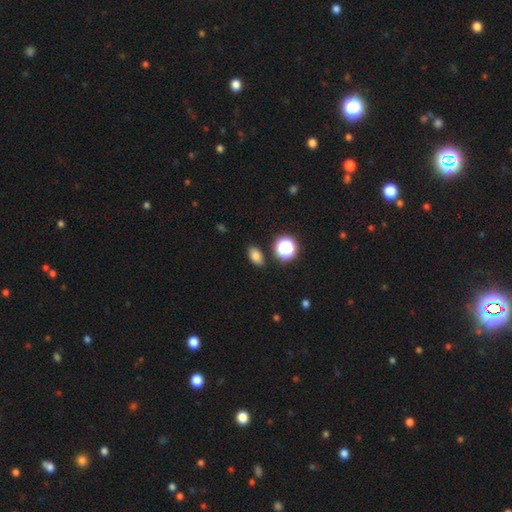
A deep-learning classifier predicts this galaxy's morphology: This appears to be a smooth galaxy with no disk features (79%) that is in between round and cigar-shaped (83%). Merging: none (86%).